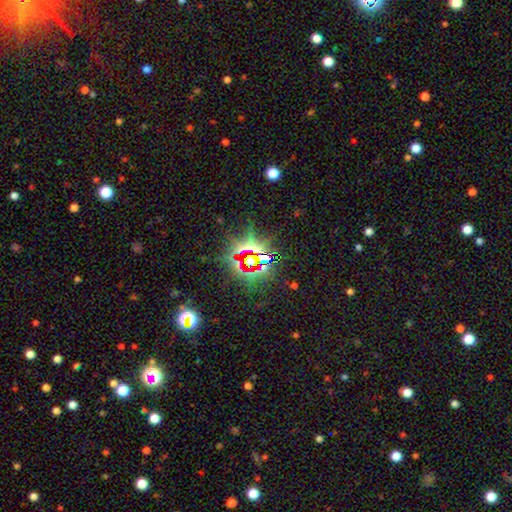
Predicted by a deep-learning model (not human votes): Smooth or featured? Predicted: star or artifact (p=0.82).